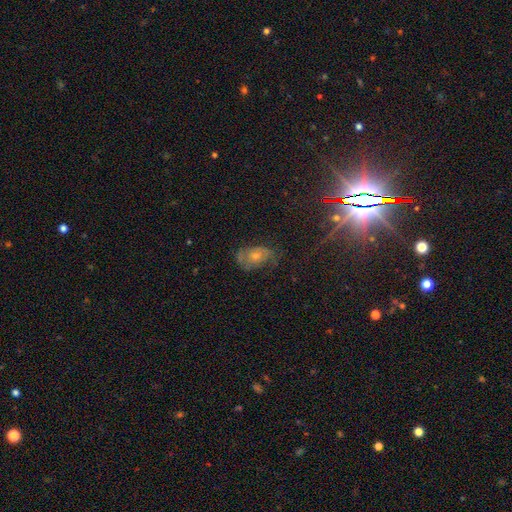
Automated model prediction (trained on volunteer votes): This appears to be a featured or disk galaxy (43%). Merging: none (63%).